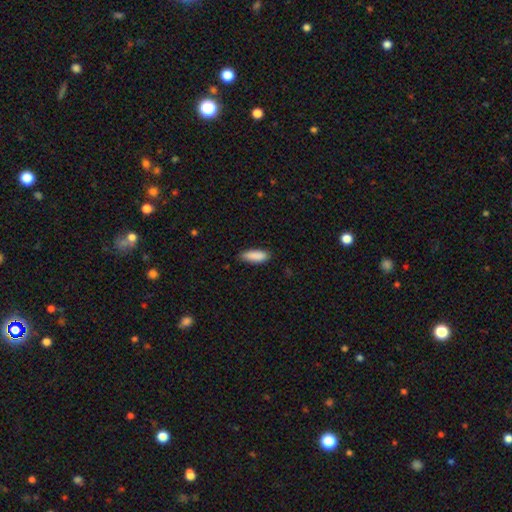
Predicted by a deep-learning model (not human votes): Overall: smooth (89%). How rounded: in between (68%; cigar-shaped 30%). Merging: none (80%).